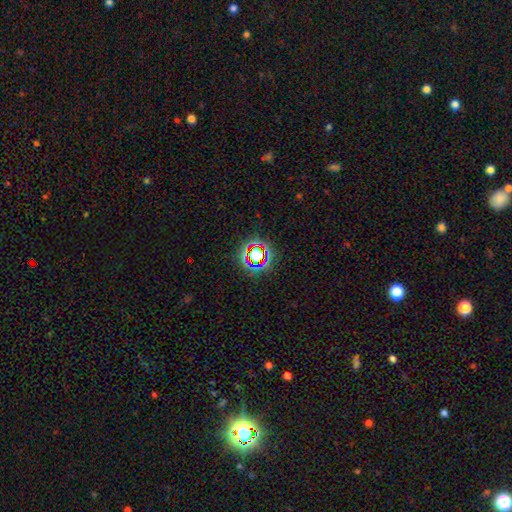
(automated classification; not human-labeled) Smooth or featured? star or artifact (62%)